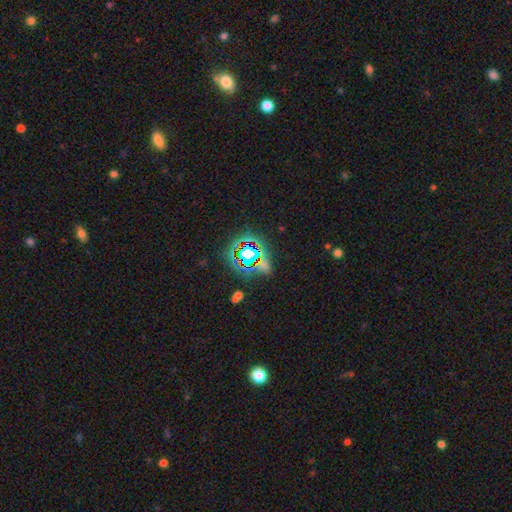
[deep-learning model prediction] Morphology: type=star or artifact (74%).